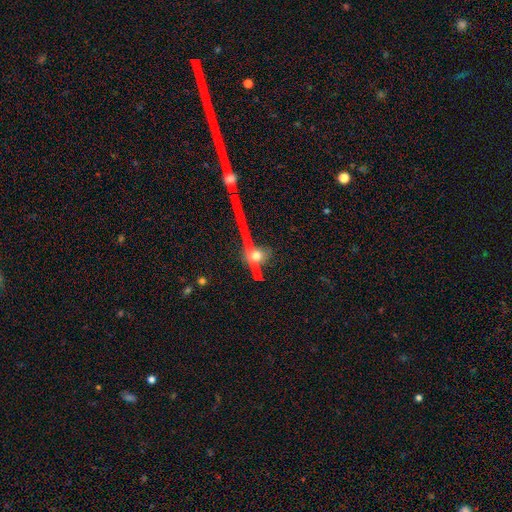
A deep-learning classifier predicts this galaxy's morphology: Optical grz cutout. It shows a featured or disk galaxy (41%). Merging: none (43%).